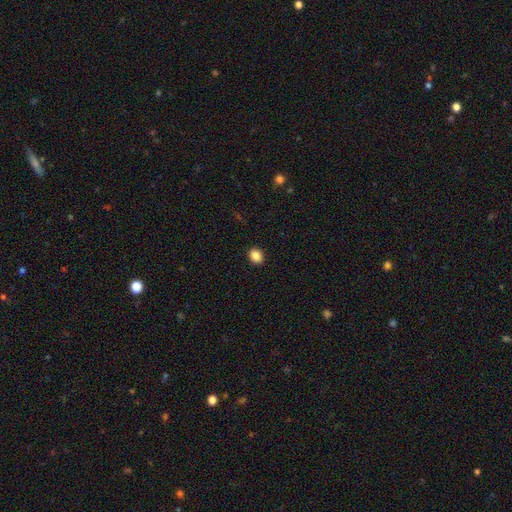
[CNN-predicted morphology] This is clearly a smooth galaxy (87%). How rounded: possibly round (55%). Merging: clearly none (92%).